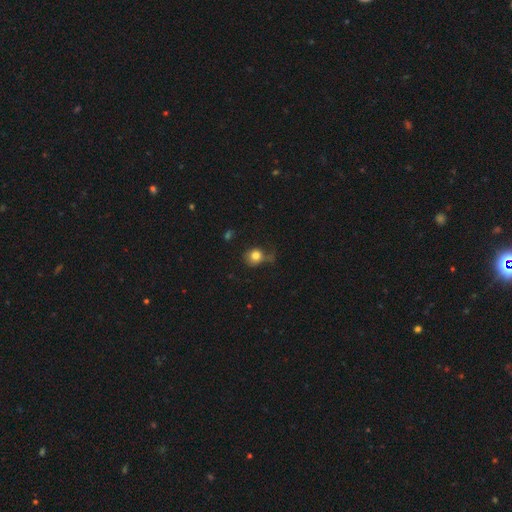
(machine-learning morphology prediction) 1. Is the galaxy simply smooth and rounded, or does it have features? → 79% smooth, 11% star or artifact, 10% featured or disk.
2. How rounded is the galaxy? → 77% round, 22% in between, 1% cigar-shaped.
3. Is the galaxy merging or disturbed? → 51% none, 26% minor disturbance, 17% major disturbance, 5% merger.